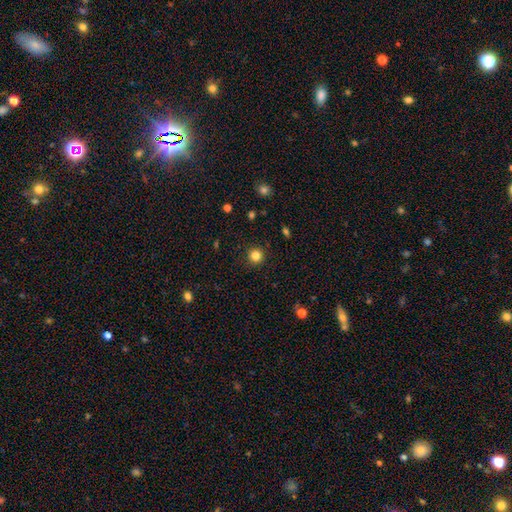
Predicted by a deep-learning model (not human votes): Q: Smooth or featured?
A: smooth (83%); runner-up: star or artifact (12%)
Q: How rounded?
A: round (95%); runner-up: in between (4%)
Q: Merging?
A: none (92%); runner-up: minor disturbance (5%)